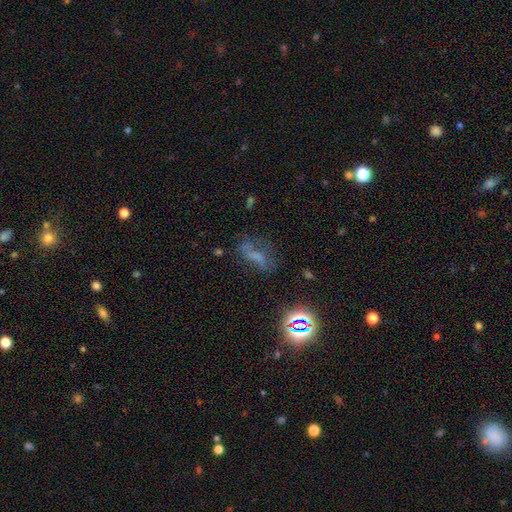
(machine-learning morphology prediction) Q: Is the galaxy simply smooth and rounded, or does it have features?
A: smooth — 38%.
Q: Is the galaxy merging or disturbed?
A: none — 46%.